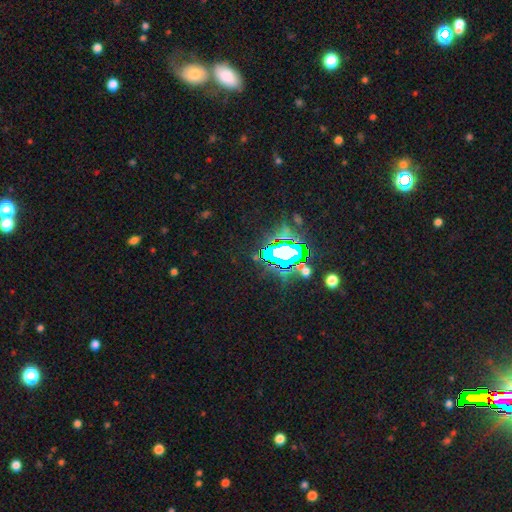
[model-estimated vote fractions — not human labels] Overall: star or artifact (82%).